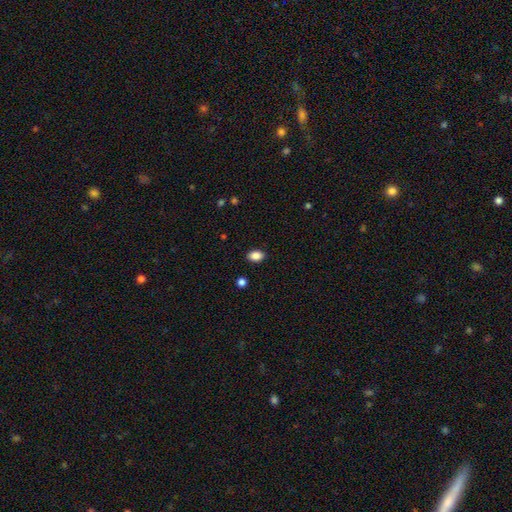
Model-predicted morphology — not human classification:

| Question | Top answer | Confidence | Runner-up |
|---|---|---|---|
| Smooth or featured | smooth | 87% | star or artifact (9%) |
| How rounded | in between | 85% | round (13%) |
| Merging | none | 88% | minor disturbance (9%) |